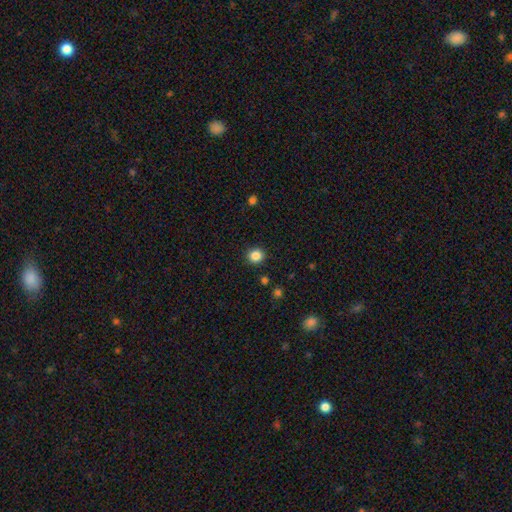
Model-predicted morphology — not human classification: smooth_or_featured: smooth (p=0.85) [alt: star or artifact p=0.11]
how_rounded: round (p=0.89) [alt: in between p=0.10]
merging: none (p=0.92) [alt: minor disturbance p=0.05]